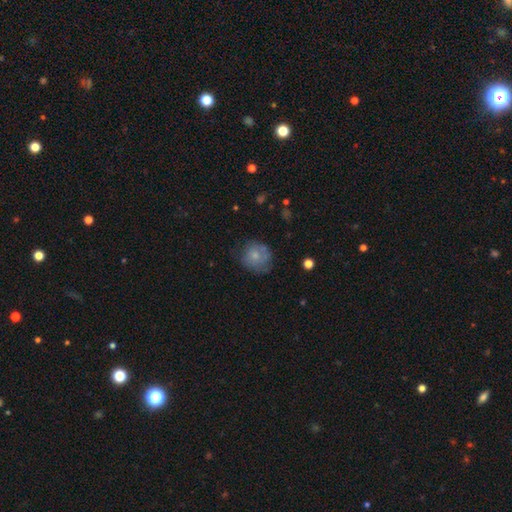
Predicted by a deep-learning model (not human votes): A smooth galaxy with no disk features (68%) that is round (82%).

Vote fractions:
- Smooth or featured? smooth: 68% / featured or disk: 24% / star or artifact: 8%
- How rounded? round: 82% / in between: 17% / cigar-shaped: 1%
- Merging? none: 59% / minor disturbance: 27% / major disturbance: 11% / merger: 2%